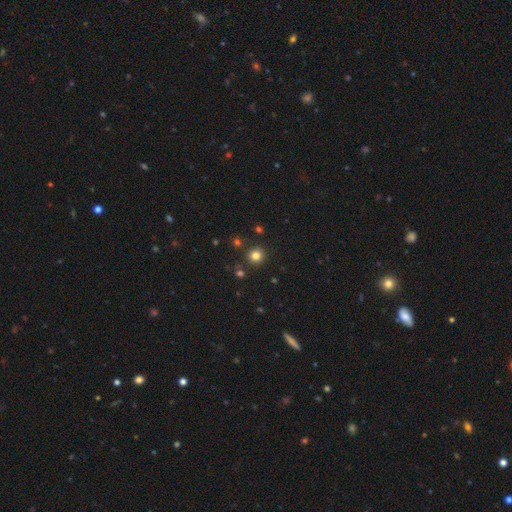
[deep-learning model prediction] Morphology: type=smooth (79%); roundness=round (92%); merging=none (86%).